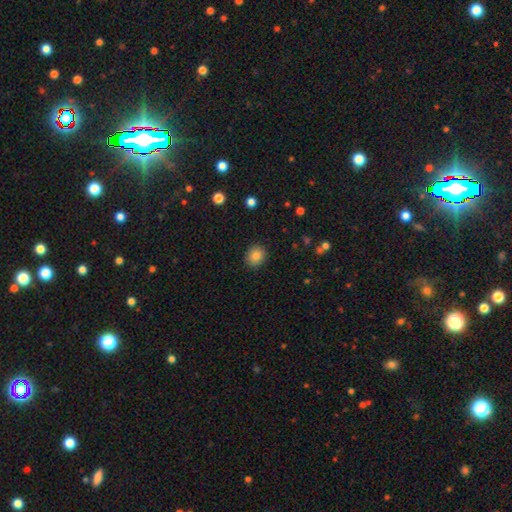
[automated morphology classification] type=smooth (84%); roundness=round (76%); merging=none (89%).